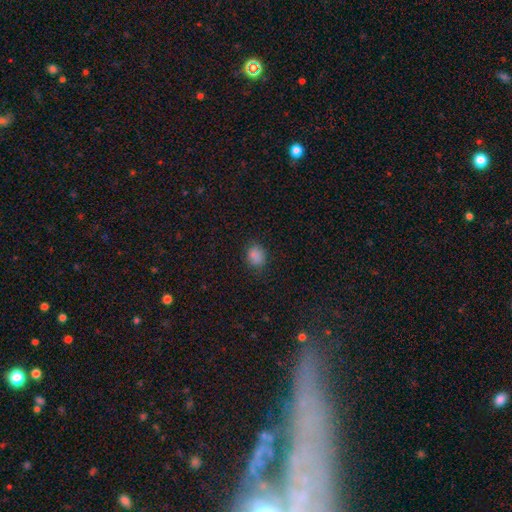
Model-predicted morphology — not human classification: Smooth or featured? smooth (84%)
How rounded? round (50%)
Merging? none (82%)